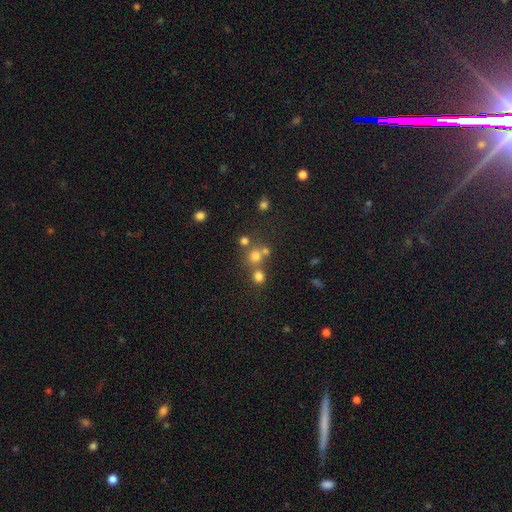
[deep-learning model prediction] smooth_or_featured: smooth (p=0.69) [alt: star or artifact p=0.21]
how_rounded: round (p=0.89) [alt: in between p=0.10]
merging: none (p=0.57) [alt: merger p=0.31]